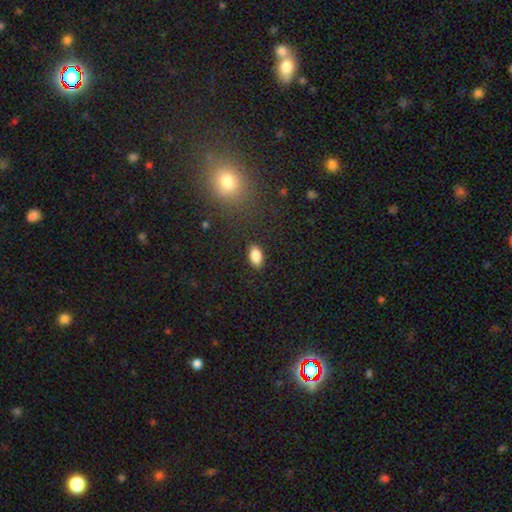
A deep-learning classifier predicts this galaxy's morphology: Overall: smooth (86%). How rounded: in between (92%). Merging: none (88%).